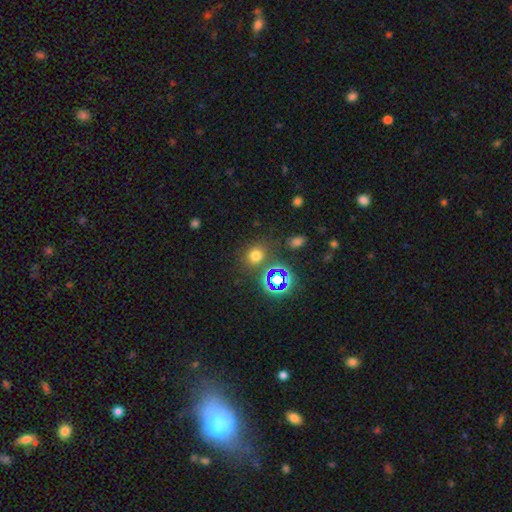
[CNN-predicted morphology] This appears to be a smooth galaxy with no disk features (63%) that is round (77%). Merging: none (76%).